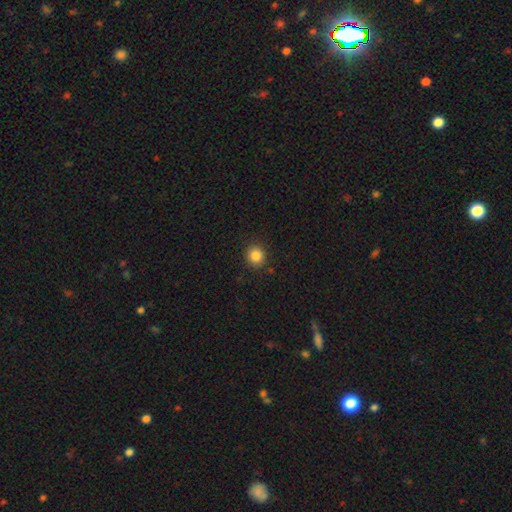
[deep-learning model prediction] A smooth galaxy with no disk features (85%) that is round (87%).

Vote fractions:
- Smooth or featured? smooth: 85% / star or artifact: 10% / featured or disk: 4%
- How rounded? round: 87% / in between: 12% / cigar-shaped: 1%
- Merging? none: 89% / minor disturbance: 7% / major disturbance: 2% / merger: 1%